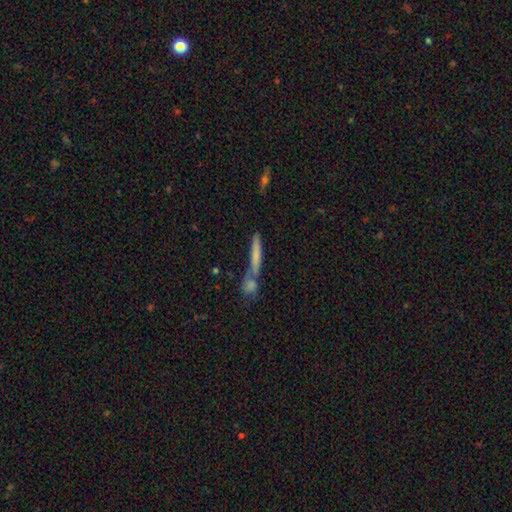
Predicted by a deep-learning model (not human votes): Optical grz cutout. It shows a smooth galaxy with no disk features (59%) that is cigar-shaped (88%). Merging: none (50%).